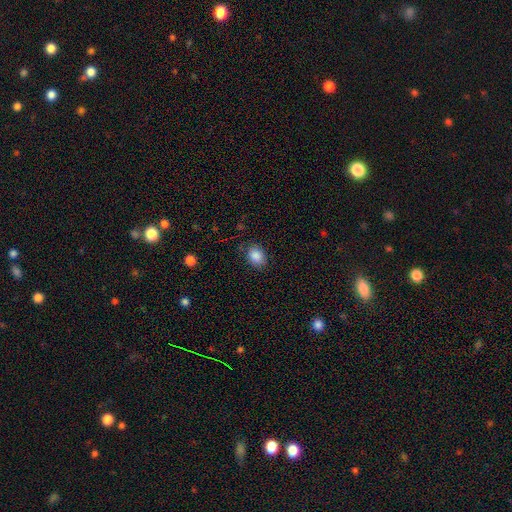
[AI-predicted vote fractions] Q: Smooth or featured?
A: smooth (87%); runner-up: star or artifact (9%)
Q: How rounded?
A: in between (61%); runner-up: round (38%)
Q: Merging?
A: none (81%); runner-up: minor disturbance (14%)